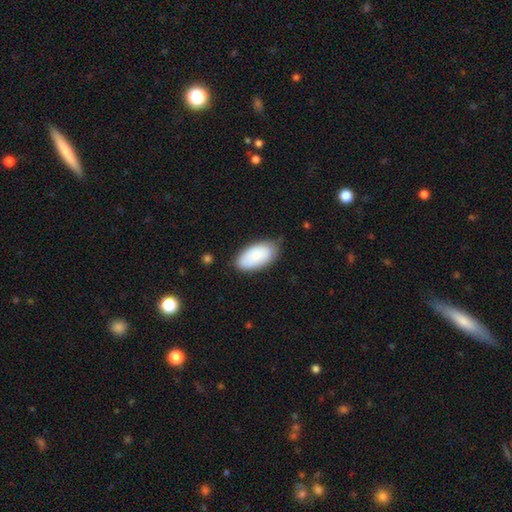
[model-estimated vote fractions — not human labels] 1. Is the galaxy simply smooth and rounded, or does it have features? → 83% smooth, 11% featured or disk, 6% star or artifact.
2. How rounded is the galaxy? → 95% in between, 3% cigar-shaped, 2% round.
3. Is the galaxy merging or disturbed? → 71% none, 23% minor disturbance, 4% major disturbance, 2% merger.